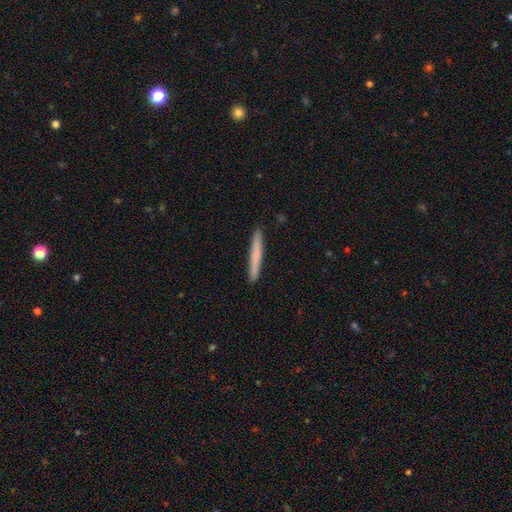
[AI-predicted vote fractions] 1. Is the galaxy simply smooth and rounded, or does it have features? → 72% smooth, 22% featured or disk, 6% star or artifact.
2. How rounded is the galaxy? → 97% cigar-shaped, 2% in between, 1% round.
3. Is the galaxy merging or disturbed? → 92% none, 6% minor disturbance, 1% major disturbance, 1% merger.